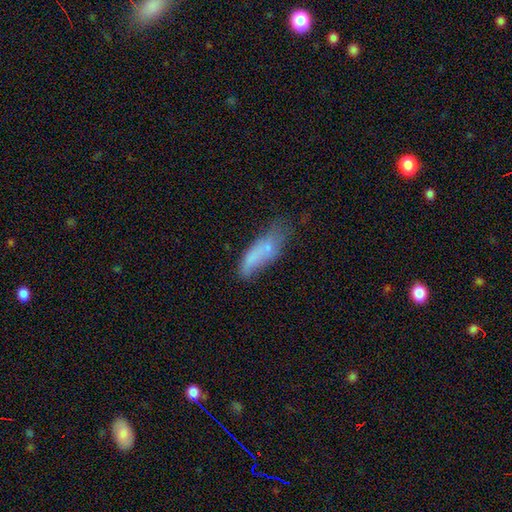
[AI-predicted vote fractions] This appears to be a smooth galaxy with no disk features (64%) that is in between round and cigar-shaped (60%). Merging: none (37%).